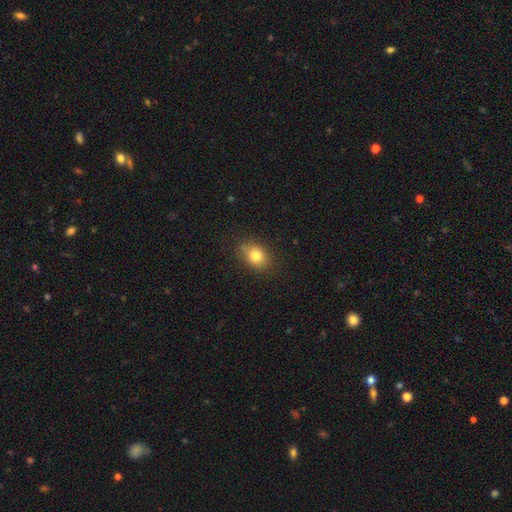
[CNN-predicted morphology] Overall: smooth (80%). How rounded: in between (56%; round 42%). Merging: none (79%).